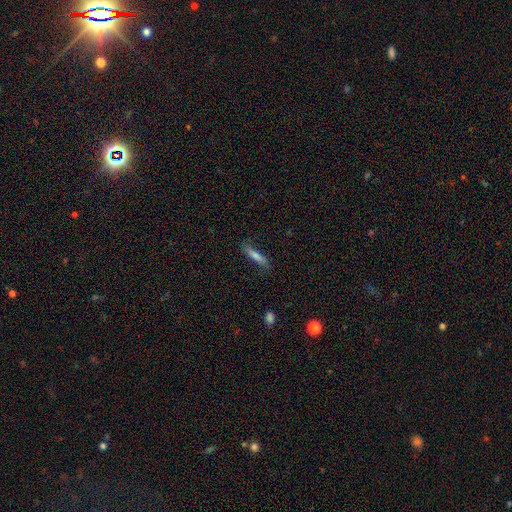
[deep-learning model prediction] Morphology: type=smooth (62%); roundness=cigar-shaped (84%); merging=none (76%).